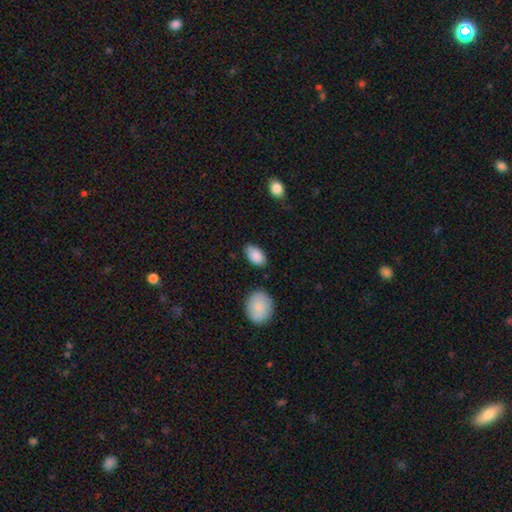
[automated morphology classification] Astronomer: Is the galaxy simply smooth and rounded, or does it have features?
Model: smooth — 88%.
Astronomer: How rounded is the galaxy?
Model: in between — 93%.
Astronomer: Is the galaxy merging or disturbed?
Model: none — 75%.